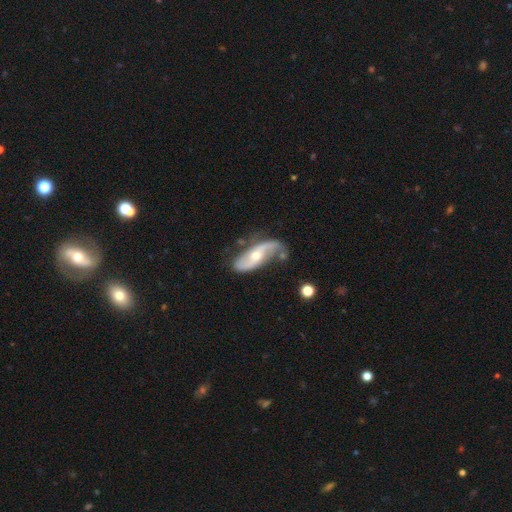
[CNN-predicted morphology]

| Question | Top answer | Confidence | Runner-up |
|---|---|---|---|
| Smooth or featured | featured or disk | 83% | smooth (12%) |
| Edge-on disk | no | 92% | yes (8%) |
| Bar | no | 54% | weak (29%) |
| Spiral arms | yes | 92% | no (8%) |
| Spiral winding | loose | 71% | medium (21%) |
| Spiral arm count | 2 | 88% | 1 (5%) |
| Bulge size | moderate | 60% | small (36%) |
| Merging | none | 56% | minor disturbance (25%) |